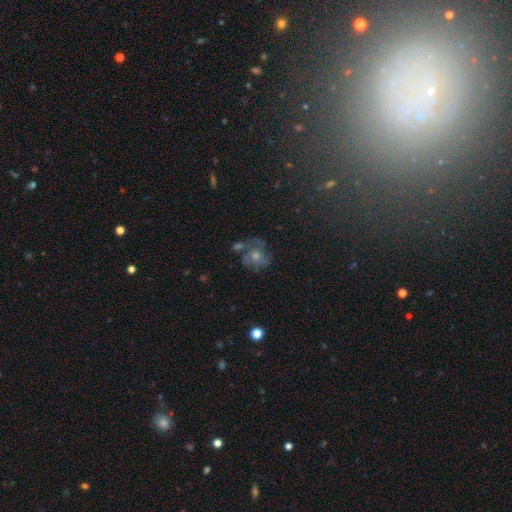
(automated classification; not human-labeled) A featured or disk galaxy (50%). Merging: none (61%).